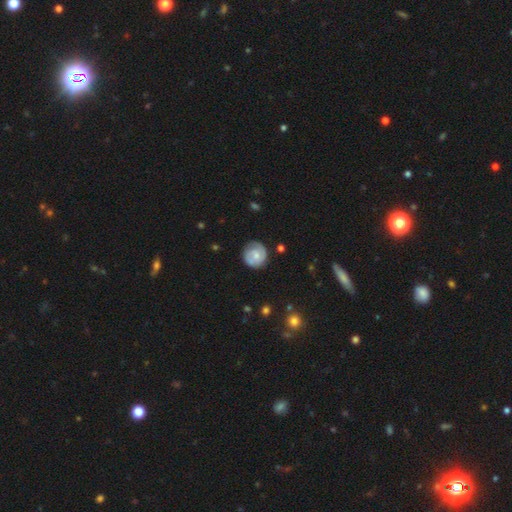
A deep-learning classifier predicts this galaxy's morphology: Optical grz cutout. It shows a featured or disk galaxy (58%) with no bar (71%), spiral arms (83%) and a small central bulge (53%). Merging: none (74%).